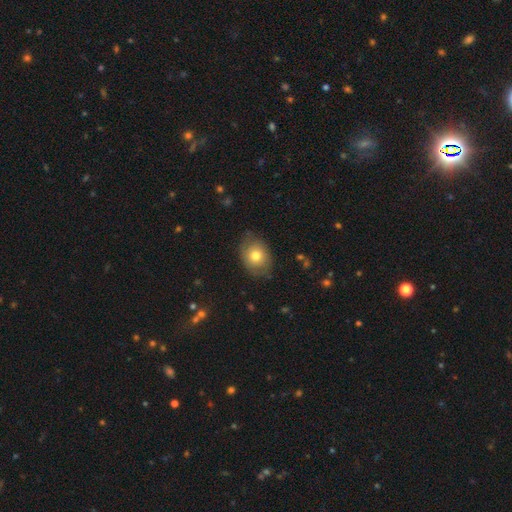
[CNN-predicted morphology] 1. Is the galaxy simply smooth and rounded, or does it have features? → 74% smooth, 18% featured or disk, 8% star or artifact.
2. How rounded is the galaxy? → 57% in between, 42% round, 1% cigar-shaped.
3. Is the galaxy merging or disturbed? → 72% none, 21% minor disturbance, 5% major disturbance, 1% merger.